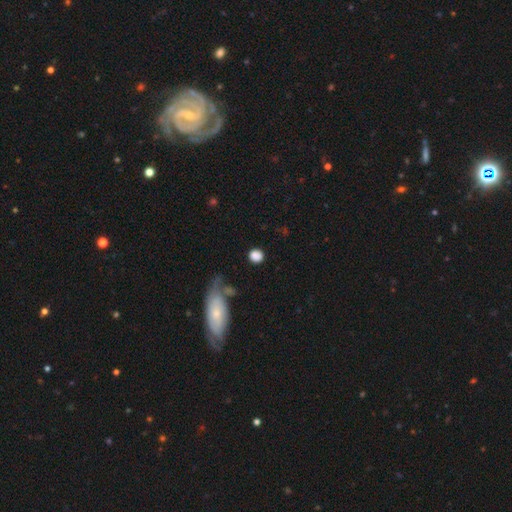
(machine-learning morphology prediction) Smooth or featured? smooth (85%)
How rounded? round (74%)
Merging? none (78%)